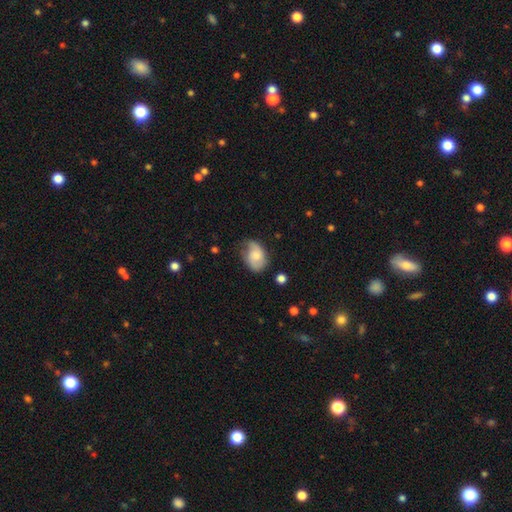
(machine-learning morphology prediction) This is possibly a smooth galaxy (57%). How rounded: likely in between (79%). Merging: possibly none (50%).